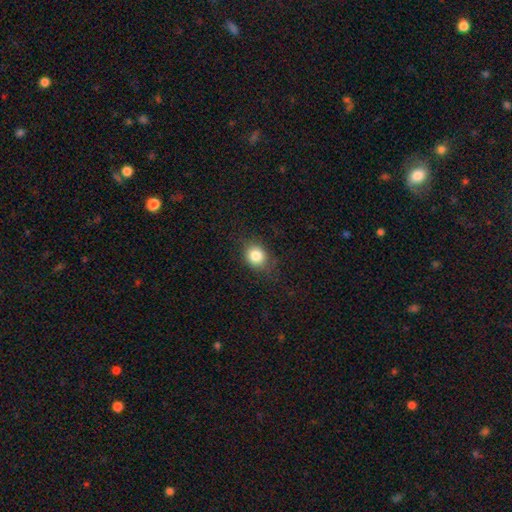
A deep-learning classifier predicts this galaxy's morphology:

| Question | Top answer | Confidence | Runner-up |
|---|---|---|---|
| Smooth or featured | smooth | 83% | star or artifact (10%) |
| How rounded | round | 71% | in between (28%) |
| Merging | none | 81% | minor disturbance (14%) |